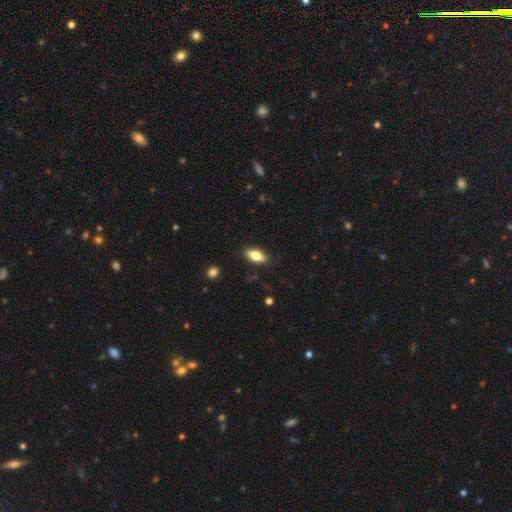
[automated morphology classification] This is likely a smooth galaxy (75%). How rounded: clearly in between (82%). Merging: clearly none (87%).